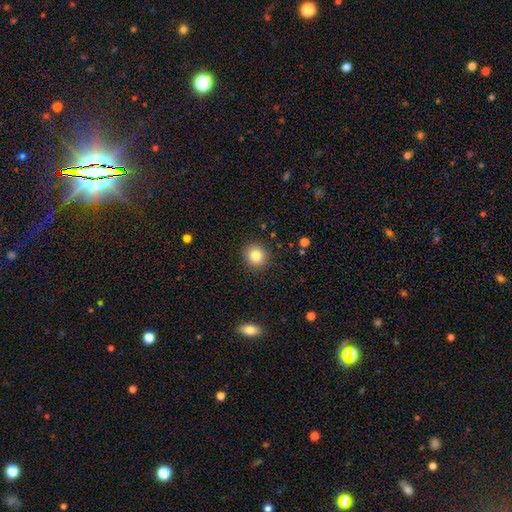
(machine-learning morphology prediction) Q: Smooth or featured?
A: smooth (83%); runner-up: star or artifact (10%)
Q: How rounded?
A: round (88%); runner-up: in between (12%)
Q: Merging?
A: none (90%); runner-up: minor disturbance (7%)